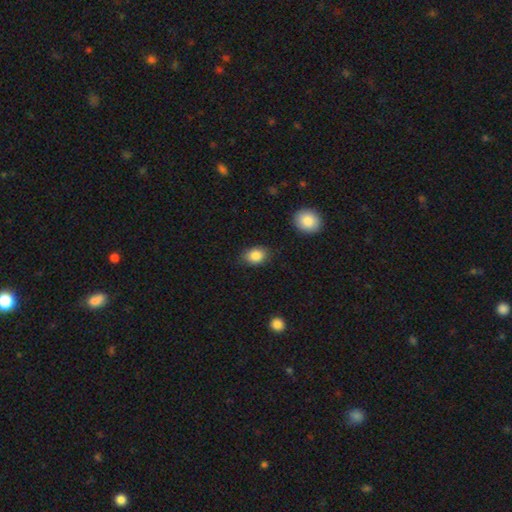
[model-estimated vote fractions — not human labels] Smooth or featured? Predicted: smooth (p=0.87). How rounded? Predicted: in between (p=0.66). Merging? Predicted: none (p=0.80).